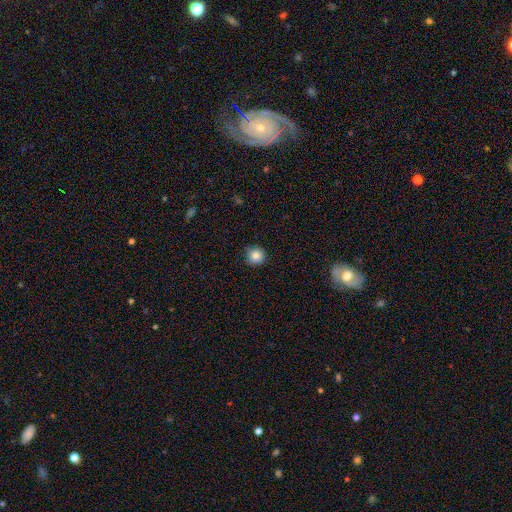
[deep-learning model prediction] Smooth or featured?
  - smooth: 85% *
  - star or artifact: 10%
  - featured or disk: 5%
How rounded?
  - round: 94% *
  - in between: 5%
  - cigar-shaped: 1%
Merging?
  - none: 87% *
  - minor disturbance: 10%
  - major disturbance: 2%
  - merger: 1%